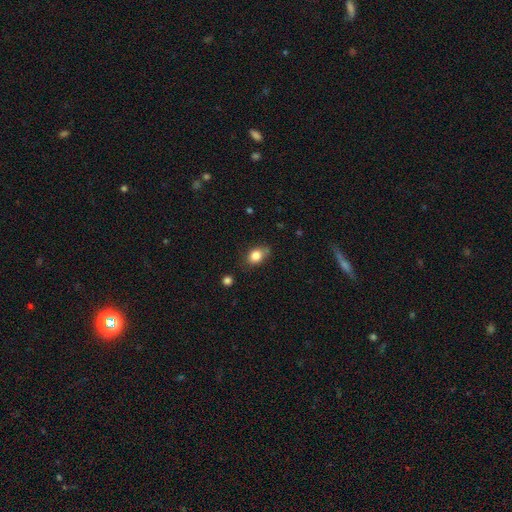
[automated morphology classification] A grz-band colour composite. It shows a smooth galaxy with no disk features (83%) that is in between round and cigar-shaped (65%). Merging: none (70%).